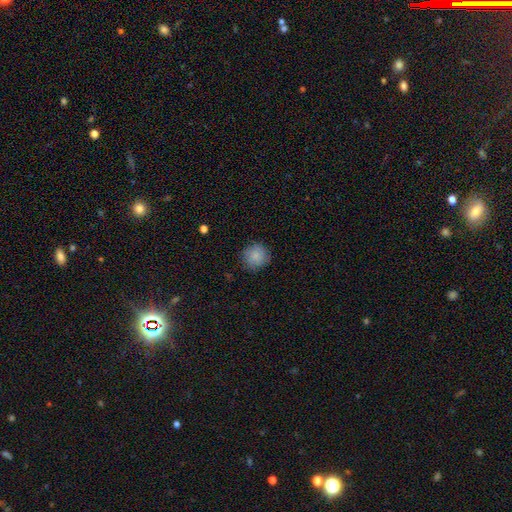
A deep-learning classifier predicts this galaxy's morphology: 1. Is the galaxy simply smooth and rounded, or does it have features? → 86% smooth, 8% star or artifact, 6% featured or disk.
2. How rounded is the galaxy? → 93% round, 6% in between, 1% cigar-shaped.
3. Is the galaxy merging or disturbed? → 85% none, 11% minor disturbance, 3% major disturbance, 1% merger.